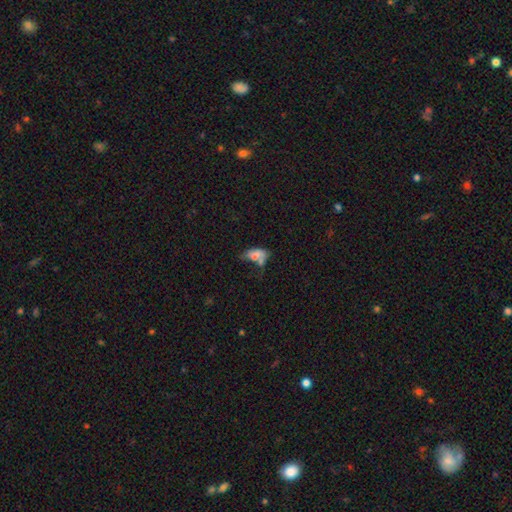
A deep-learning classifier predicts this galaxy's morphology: Smooth or featured? Predicted: smooth (p=0.66). How rounded? Predicted: in between (p=0.87). Merging? Predicted: merger (p=0.31).